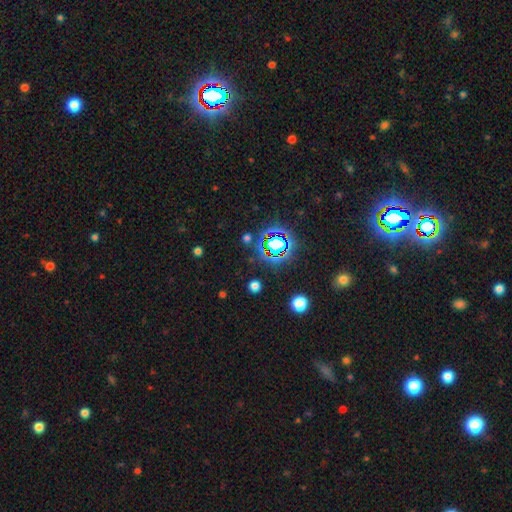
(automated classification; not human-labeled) smooth_or_featured: star or artifact (p=0.81) [alt: smooth p=0.12]